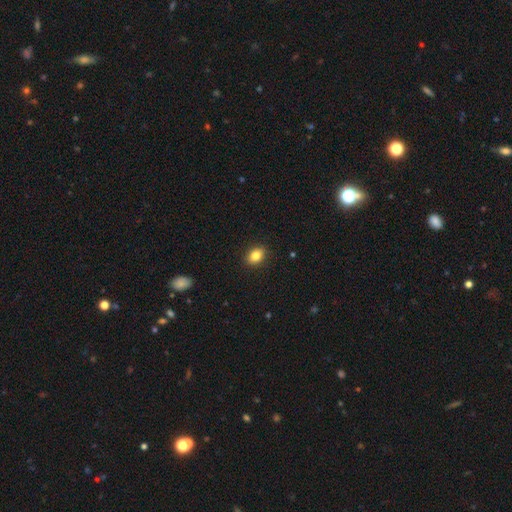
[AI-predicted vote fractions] Smooth or featured?
  - smooth: 83% *
  - star or artifact: 9%
  - featured or disk: 7%
How rounded?
  - in between: 70% *
  - round: 29%
  - cigar-shaped: 1%
Merging?
  - none: 90% *
  - minor disturbance: 7%
  - major disturbance: 2%
  - merger: 1%